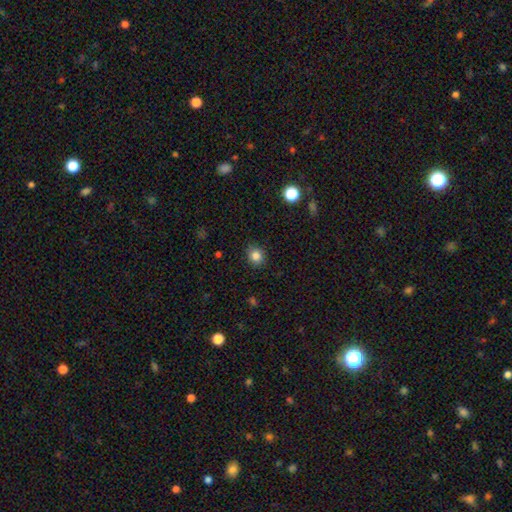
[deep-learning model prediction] smooth-or-featured: smooth: 84% | star or artifact: 11% | featured or disk: 5%
  how-rounded: round: 75% | in between: 24% | cigar-shaped: 1%
  merging: none: 87% | minor disturbance: 10% | major disturbance: 2% | merger: 1%